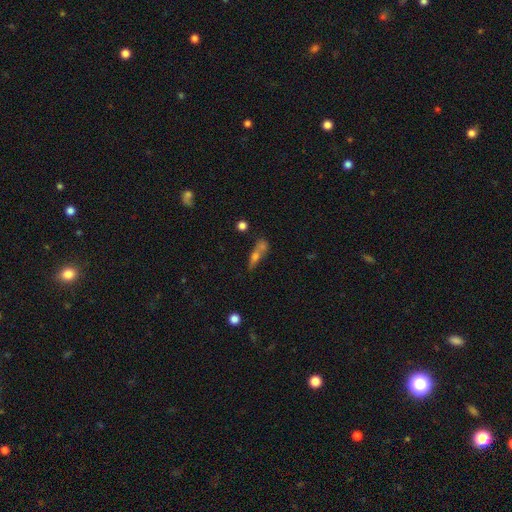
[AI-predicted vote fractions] Q: Smooth or featured?
A: smooth (50%); runner-up: featured or disk (34%)
Q: How rounded?
A: cigar-shaped (51%); runner-up: in between (37%)
Q: Merging?
A: none (40%); runner-up: merger (38%)